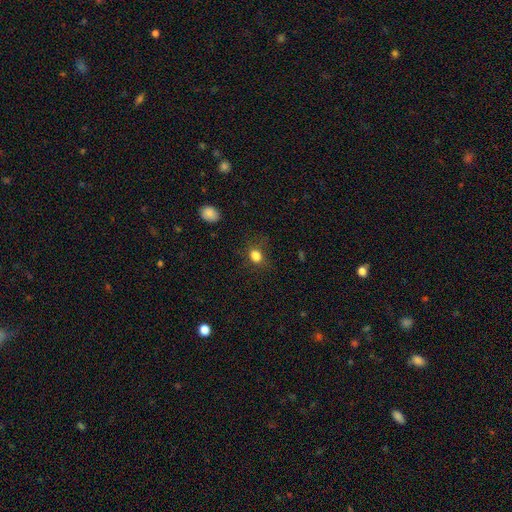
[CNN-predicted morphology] Overall: smooth (83%). How rounded: round (52%; in between 46%). Merging: none (70%).